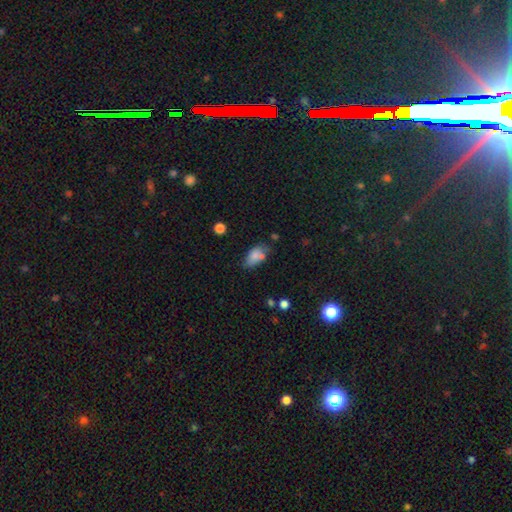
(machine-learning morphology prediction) The model was most divided on "merging": none: 50%, minor disturbance: 25%, merger: 17%, major disturbance: 8%. More confident: how rounded — in between (90%); smooth or featured — smooth (78%).